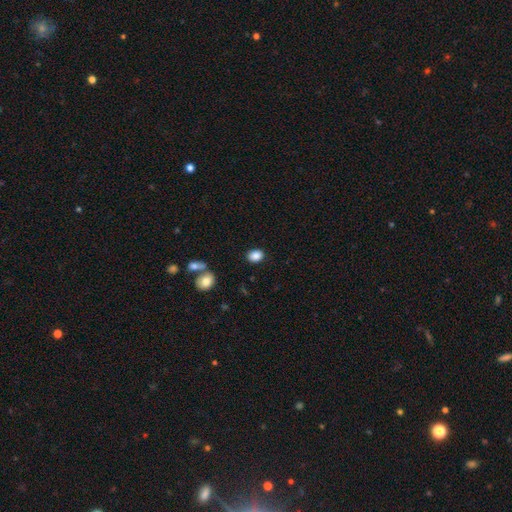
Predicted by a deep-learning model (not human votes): This appears to be a smooth galaxy with no disk features (88%) that is in between round and cigar-shaped (66%). Merging: none (86%).